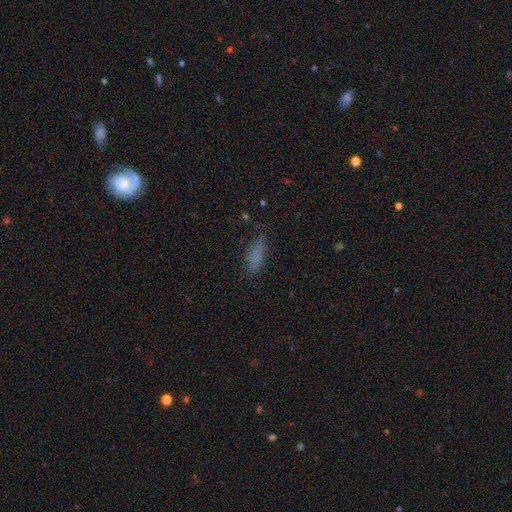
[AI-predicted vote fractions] Smooth or featured?
  - smooth: 77% *
  - star or artifact: 12%
  - featured or disk: 11%
How rounded?
  - cigar-shaped: 50% *
  - in between: 47%
  - round: 3%
Merging?
  - none: 70% *
  - minor disturbance: 21%
  - major disturbance: 7%
  - merger: 2%